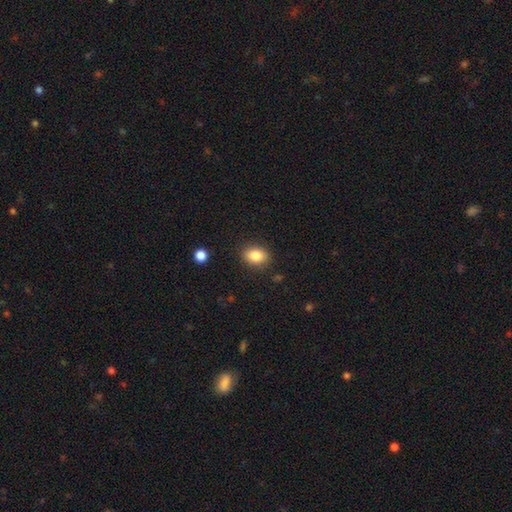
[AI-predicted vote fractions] Smooth or featured: smooth — 85% (star or artifact — 9%)
How rounded: in between — 66% (round — 33%)
Merging: none — 87% (minor disturbance — 9%)